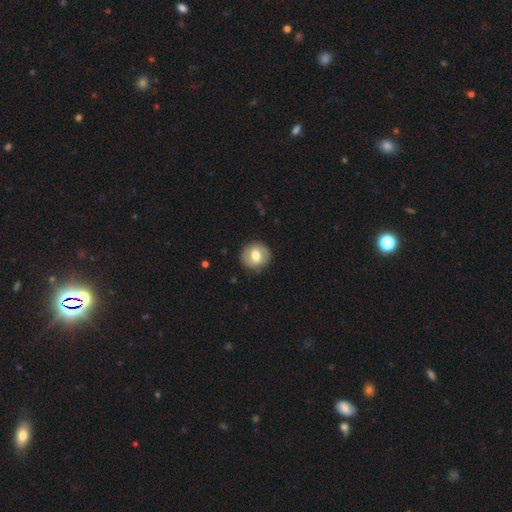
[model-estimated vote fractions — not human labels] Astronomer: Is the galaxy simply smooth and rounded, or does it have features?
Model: smooth — 54% (runner-up: featured or disk, 39%).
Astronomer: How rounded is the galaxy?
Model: round — 81%.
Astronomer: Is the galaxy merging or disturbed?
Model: none — 86%.